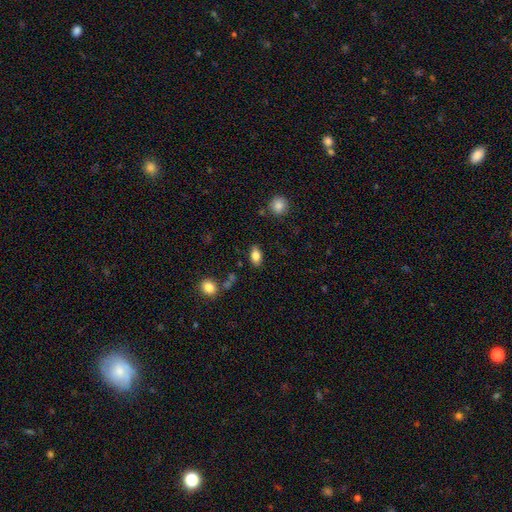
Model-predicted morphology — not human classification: Smooth or featured?
  - smooth: 81% *
  - featured or disk: 10%
  - star or artifact: 9%
How rounded?
  - in between: 88% *
  - round: 9%
  - cigar-shaped: 3%
Merging?
  - none: 84% *
  - minor disturbance: 11%
  - major disturbance: 3%
  - merger: 2%